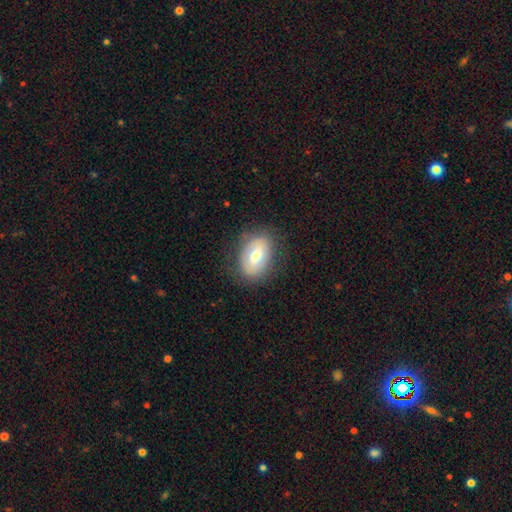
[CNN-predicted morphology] Smooth or featured? smooth (61%)
How rounded? in between (83%)
Merging? none (82%)